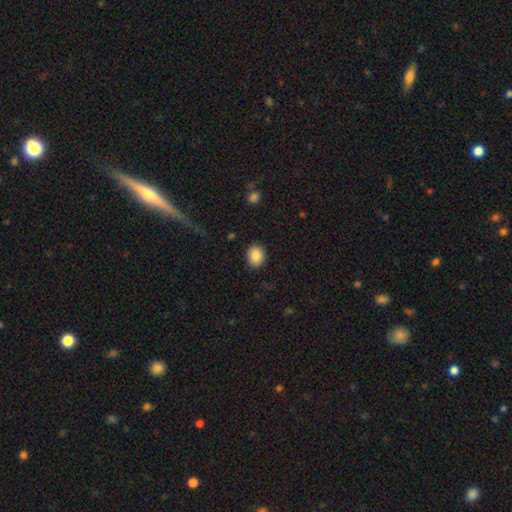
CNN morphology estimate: The model was most divided on "how rounded": round: 54%, in between: 45%, cigar-shaped: 1%. More confident: merging — none (89%); smooth or featured — smooth (88%).